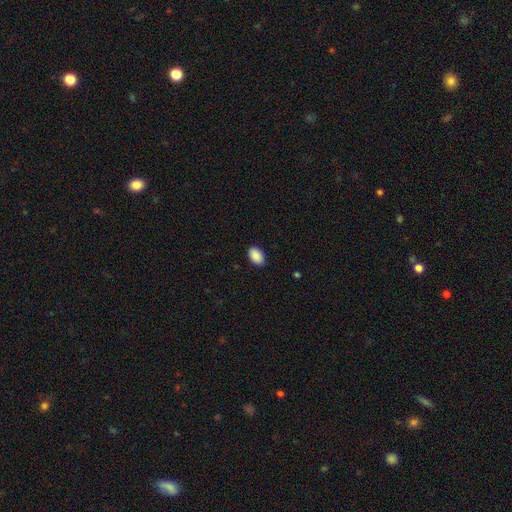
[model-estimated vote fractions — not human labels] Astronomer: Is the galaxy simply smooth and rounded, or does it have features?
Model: smooth — 91%.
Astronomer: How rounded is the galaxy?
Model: in between — 91%.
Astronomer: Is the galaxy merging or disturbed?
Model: none — 88%.